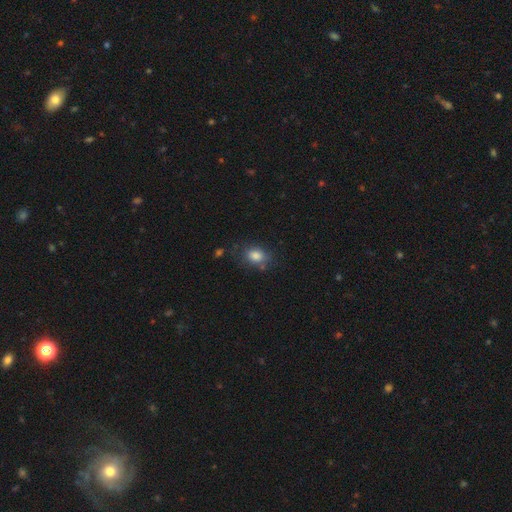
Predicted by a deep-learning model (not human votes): A smooth galaxy with no disk features (83%) that is in between round and cigar-shaped (69%).

Vote fractions:
- Smooth or featured? smooth: 83% / star or artifact: 9% / featured or disk: 7%
- How rounded? in between: 69% / round: 29% / cigar-shaped: 1%
- Merging? none: 70% / minor disturbance: 19% / major disturbance: 7% / merger: 4%